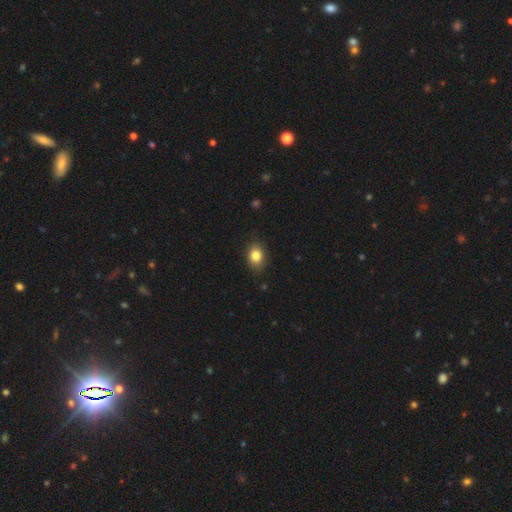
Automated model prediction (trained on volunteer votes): This appears to be a smooth galaxy with no disk features (84%) that is in between round and cigar-shaped (66%). Merging: none (85%).